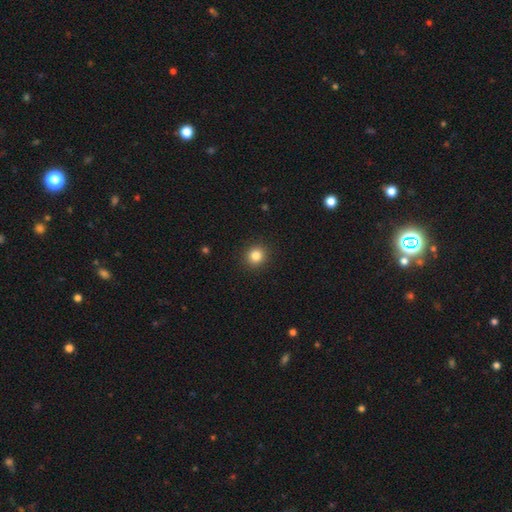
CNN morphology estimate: smooth 83%, star or artifact 12%, featured or disk 5%. Down the decision tree: how rounded — round (89%); merging — none (92%).